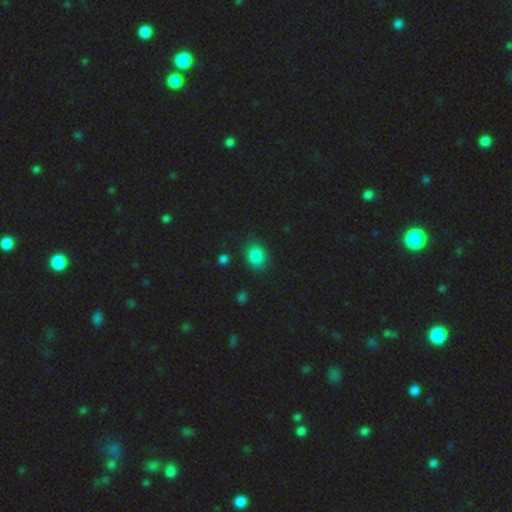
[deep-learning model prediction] Smooth or featured: smooth — 82% (star or artifact — 13%)
How rounded: in between — 52% (round — 47%)
Merging: none — 85% (minor disturbance — 10%)